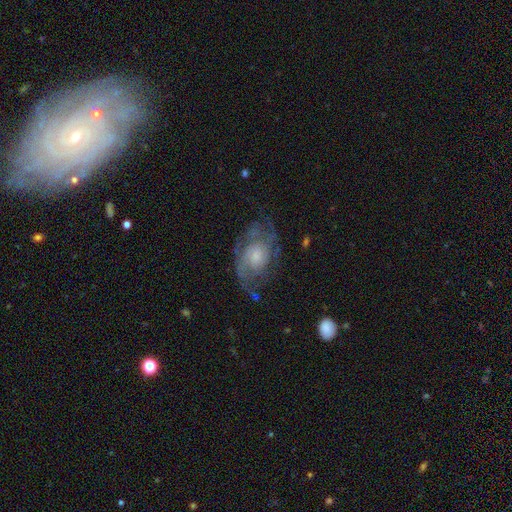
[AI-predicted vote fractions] The model was most divided on "spiral winding" (2-way tie): tight: 41%, medium: 41%, loose: 18%. Remaining: edge-on disk — no (96%); spiral arms — yes (89%); smooth or featured — featured or disk (79%); bar — no (72%); merging — none (61%); bulge size — small (52%); spiral arm count — 2 (40%).